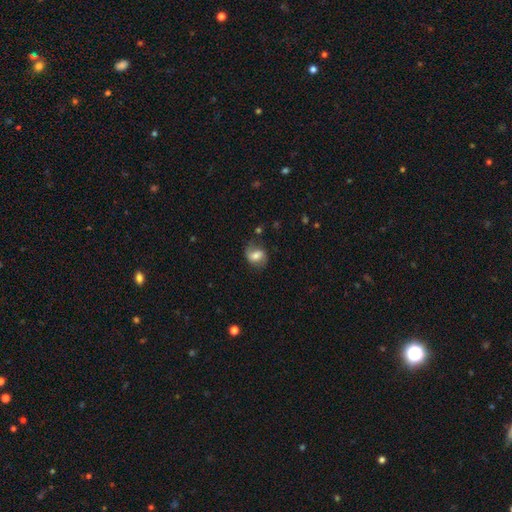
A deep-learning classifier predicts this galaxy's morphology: A smooth galaxy with no disk features (50%) that is in between round and cigar-shaped (54%). Merging: none (66%).